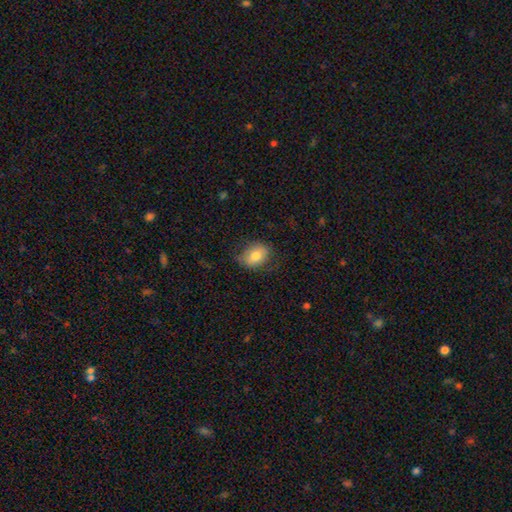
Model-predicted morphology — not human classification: Smooth or featured? smooth (76%)
How rounded? in between (70%)
Merging? none (72%)